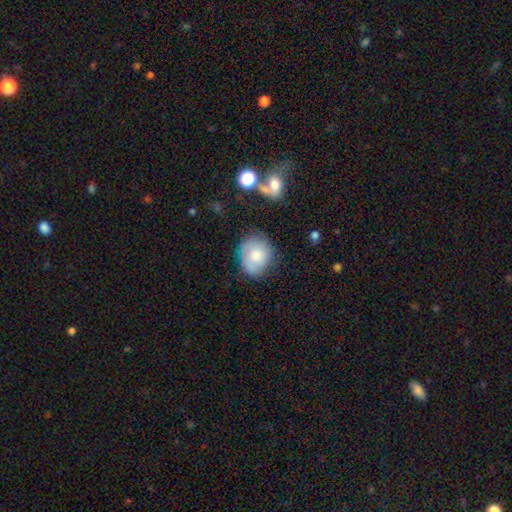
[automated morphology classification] A smooth galaxy with no disk features (58%) that is round (60%).

Vote fractions:
- Smooth or featured? smooth: 58% / featured or disk: 34% / star or artifact: 8%
- How rounded? round: 60% / in between: 39% / cigar-shaped: 1%
- Merging? none: 66% / minor disturbance: 23% / major disturbance: 7% / merger: 3%